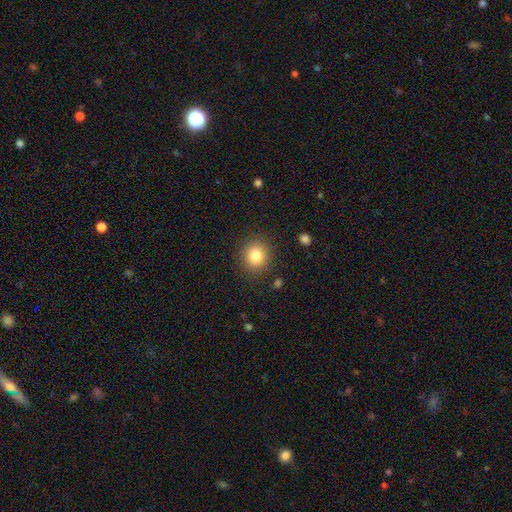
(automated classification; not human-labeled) Smooth or featured? Predicted: smooth (p=0.82). How rounded? Predicted: round (p=0.84). Merging? Predicted: none (p=0.88).